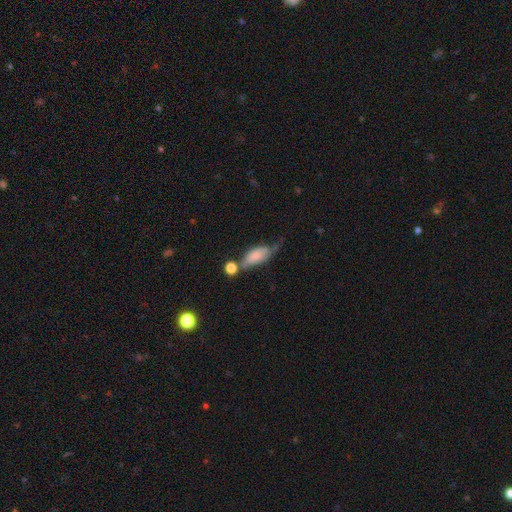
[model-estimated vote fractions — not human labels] Smooth or featured? smooth (66%)
How rounded? in between (76%)
Merging? none (31%)